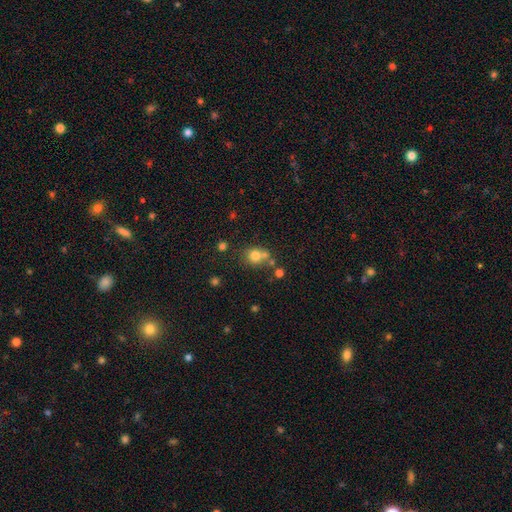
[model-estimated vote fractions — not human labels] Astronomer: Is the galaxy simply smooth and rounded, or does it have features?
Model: smooth — 74%.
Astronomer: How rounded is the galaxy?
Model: round — 79%.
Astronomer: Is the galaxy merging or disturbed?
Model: none — 53% (runner-up: merger, 31%).